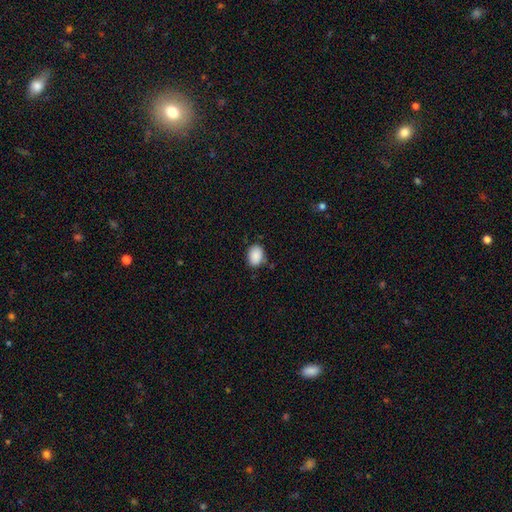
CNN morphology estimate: Smooth or featured? Predicted: smooth (p=0.89). How rounded? Predicted: in between (p=0.74). Merging? Predicted: none (p=0.78).